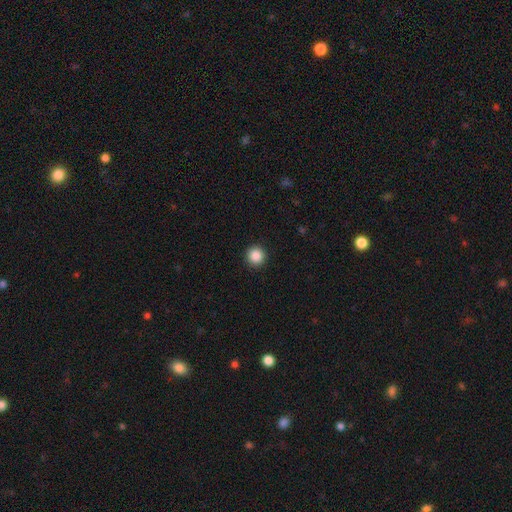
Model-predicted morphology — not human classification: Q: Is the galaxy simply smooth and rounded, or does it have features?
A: smooth — 87%.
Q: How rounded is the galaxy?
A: round — 95%.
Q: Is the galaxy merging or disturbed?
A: none — 93%.